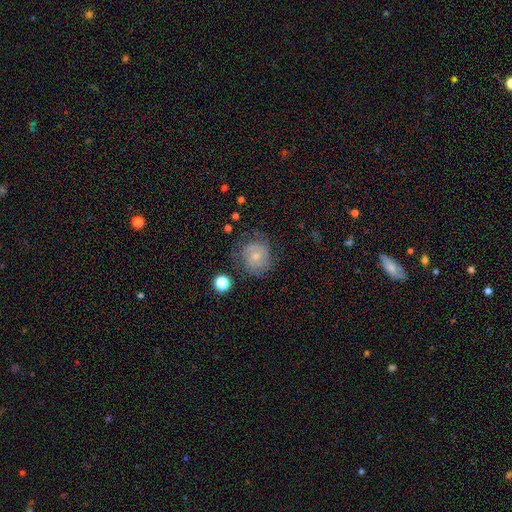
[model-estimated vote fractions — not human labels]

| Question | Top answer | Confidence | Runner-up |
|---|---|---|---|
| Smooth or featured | smooth | 46% | featured or disk (44%) |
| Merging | none | 64% | minor disturbance (23%) |